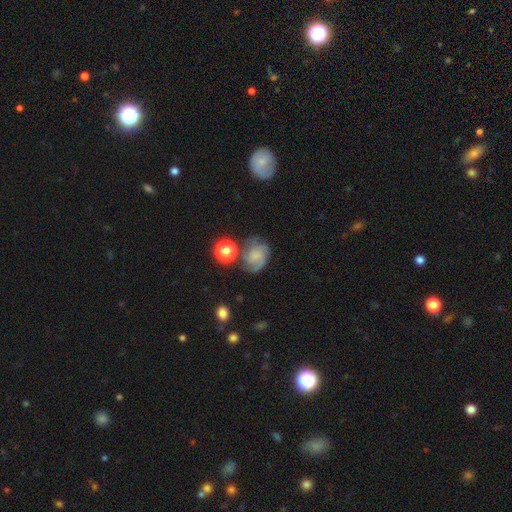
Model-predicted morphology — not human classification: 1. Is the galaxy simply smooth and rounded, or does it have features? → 59% featured or disk, 29% smooth, 11% star or artifact.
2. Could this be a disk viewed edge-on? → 98% no, 2% yes.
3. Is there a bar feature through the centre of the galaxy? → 72% no, 24% weak, 4% strong.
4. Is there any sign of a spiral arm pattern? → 89% yes, 11% no.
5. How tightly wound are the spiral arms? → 41% tight, 40% medium, 19% loose.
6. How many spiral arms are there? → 35% 2, 21% can't tell, 20% 1, 17% 3, 4% 4, 3% more than 4.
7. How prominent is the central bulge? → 53% none, 23% small, 13% moderate, 7% large, 3% dominant.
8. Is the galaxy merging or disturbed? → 52% none, 23% minor disturbance, 17% major disturbance, 8% merger.